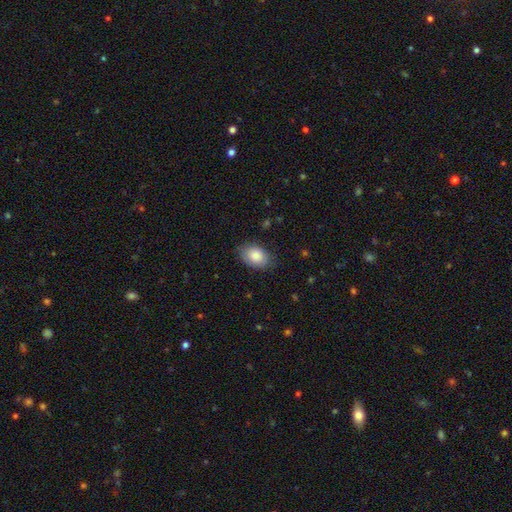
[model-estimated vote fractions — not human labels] A smooth galaxy with no disk features (85%) that is in between round and cigar-shaped (83%).

Vote fractions:
- Smooth or featured? smooth: 85% / featured or disk: 8% / star or artifact: 7%
- How rounded? in between: 83% / round: 16% / cigar-shaped: 1%
- Merging? none: 80% / minor disturbance: 15% / major disturbance: 3% / merger: 1%